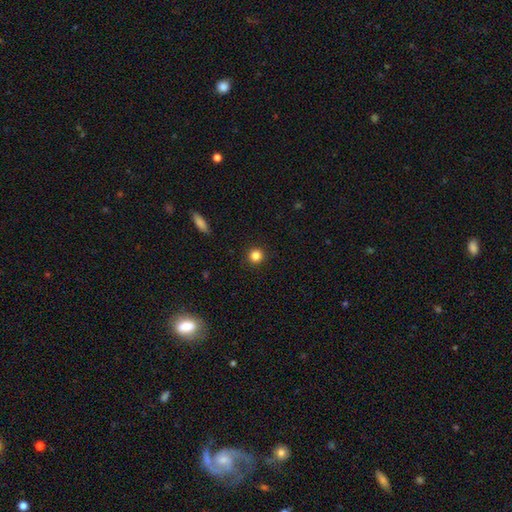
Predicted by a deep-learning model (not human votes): Morphology: type=smooth (84%); roundness=round (94%); merging=none (92%).